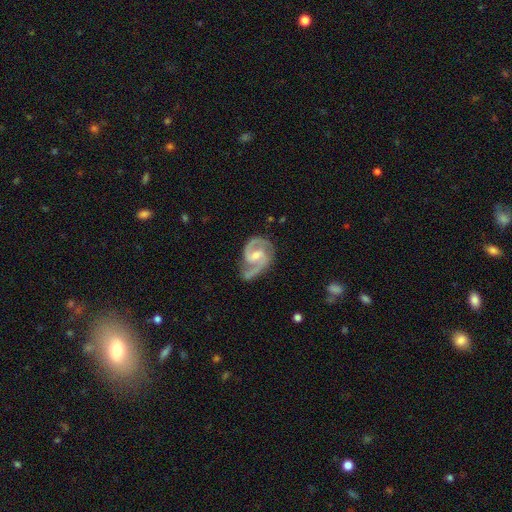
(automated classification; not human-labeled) Q: Smooth or featured?
A: featured or disk (92%); runner-up: smooth (4%)
Q: Edge-on disk?
A: no (98%); runner-up: yes (2%)
Q: Bar?
A: weak (54%); runner-up: no (27%)
Q: Spiral arms?
A: yes (98%); runner-up: no (2%)
Q: Spiral winding?
A: medium (62%); runner-up: tight (26%)
Q: Spiral arm count?
A: 2 (92%); runner-up: 3 (3%)
Q: Bulge size?
A: moderate (46%); runner-up: small (45%)
Q: Merging?
A: none (69%); runner-up: minor disturbance (21%)